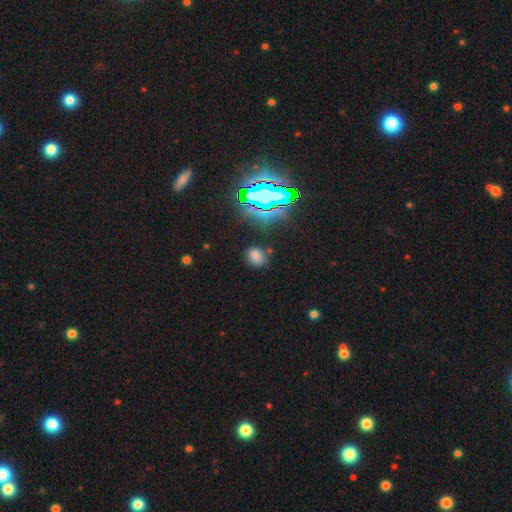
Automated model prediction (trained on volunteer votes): This is likely a smooth galaxy (67%). How rounded: possibly round (54%). Merging: likely none (80%).